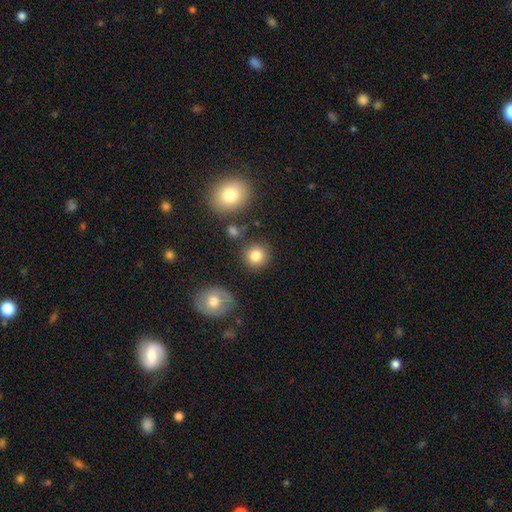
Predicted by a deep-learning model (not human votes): smooth_or_featured: smooth (p=0.83) [alt: star or artifact p=0.10]
how_rounded: round (p=0.89) [alt: in between p=0.10]
merging: none (p=0.86) [alt: minor disturbance p=0.08]